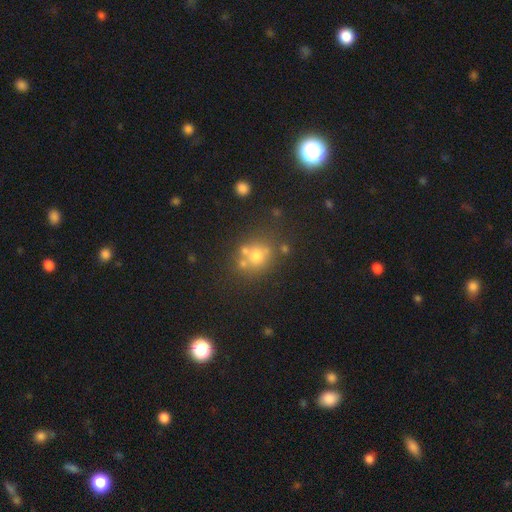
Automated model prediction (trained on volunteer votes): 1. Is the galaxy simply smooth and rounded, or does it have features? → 58% smooth, 24% star or artifact, 19% featured or disk.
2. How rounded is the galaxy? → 76% round, 23% in between, 1% cigar-shaped.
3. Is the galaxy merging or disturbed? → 57% none, 27% merger, 11% minor disturbance, 5% major disturbance.